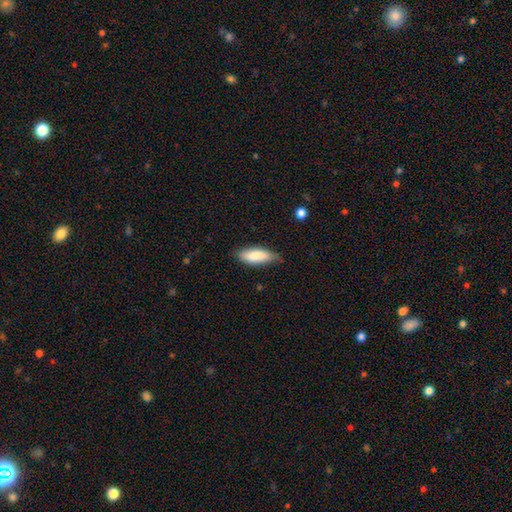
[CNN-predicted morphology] Overall: smooth (83%). How rounded: in between (63%; cigar-shaped 35%). Merging: none (70%).